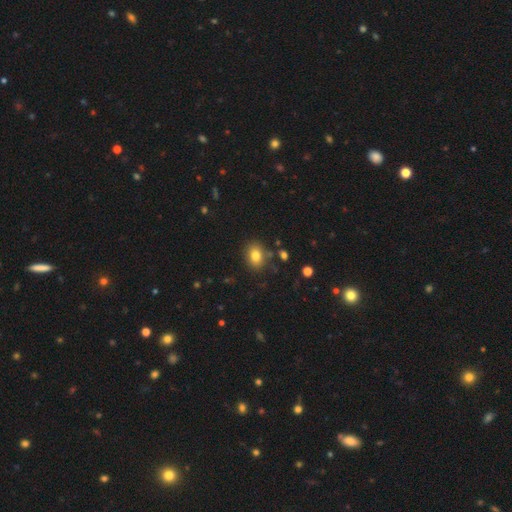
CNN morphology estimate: type=smooth (81%); roundness=in between (60%); merging=none (81%).